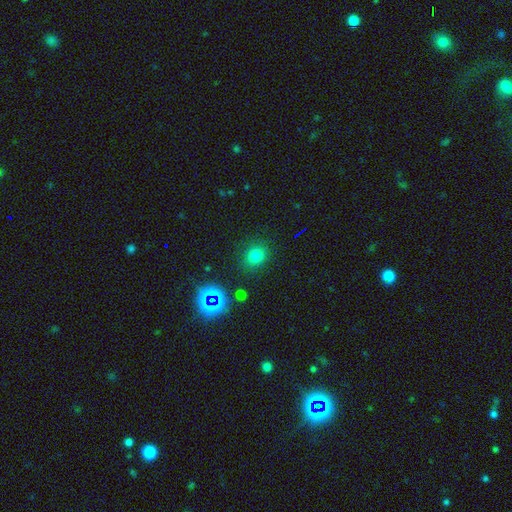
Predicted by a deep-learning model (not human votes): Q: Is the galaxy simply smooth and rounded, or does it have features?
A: smooth — 73%.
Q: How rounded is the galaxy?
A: round — 73%.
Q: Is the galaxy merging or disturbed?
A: none — 86%.